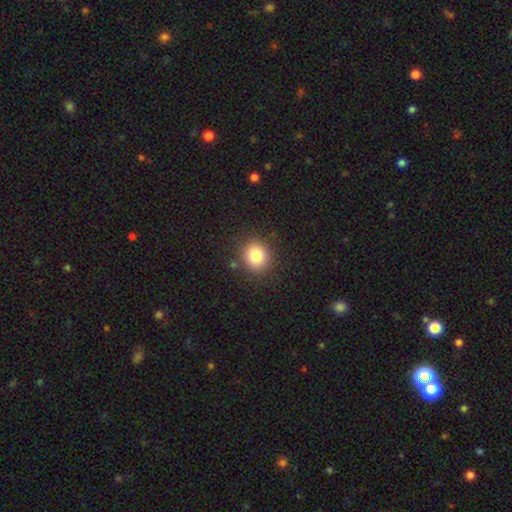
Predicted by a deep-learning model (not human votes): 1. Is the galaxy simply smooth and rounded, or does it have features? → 83% smooth, 11% star or artifact, 6% featured or disk.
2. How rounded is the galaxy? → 79% round, 20% in between, 1% cigar-shaped.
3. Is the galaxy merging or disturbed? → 86% none, 8% minor disturbance, 3% major disturbance, 2% merger.